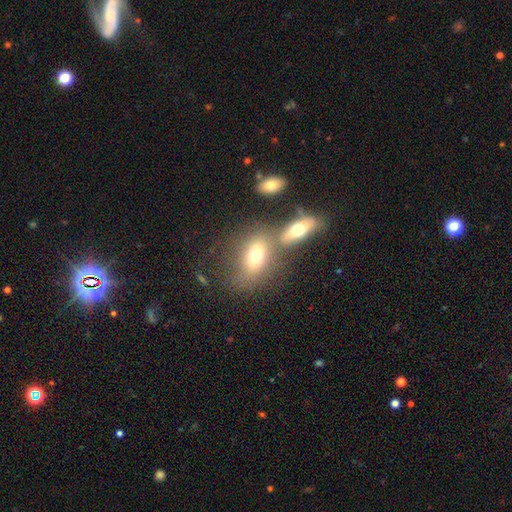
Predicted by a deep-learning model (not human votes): Q: Smooth or featured?
A: smooth (70%); runner-up: featured or disk (20%)
Q: How rounded?
A: in between (74%); runner-up: round (22%)
Q: Merging?
A: none (50%); runner-up: merger (32%)